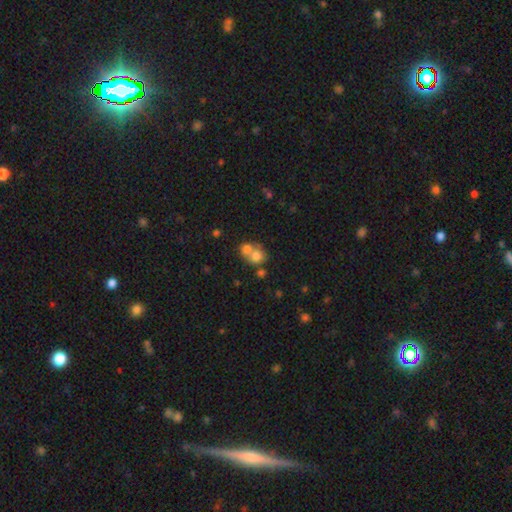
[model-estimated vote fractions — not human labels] A smooth galaxy with no disk features (72%) that is round (71%).

Vote fractions:
- Smooth or featured? smooth: 72% / featured or disk: 17% / star or artifact: 12%
- How rounded? round: 71% / in between: 28% / cigar-shaped: 1%
- Merging? merger: 62% / none: 28% / minor disturbance: 6% / major disturbance: 4%